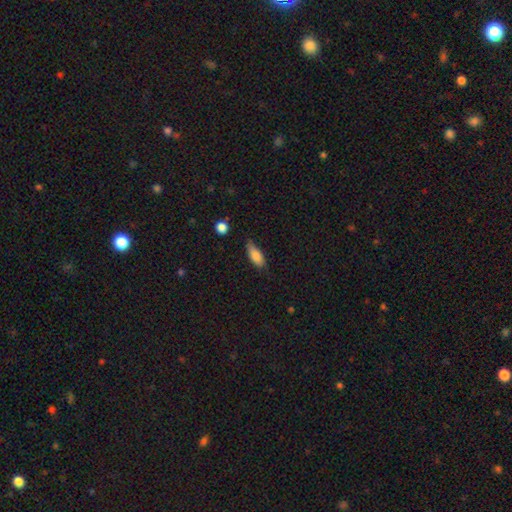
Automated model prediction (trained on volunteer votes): This is clearly a smooth galaxy (81%). How rounded: likely in between (74%). Merging: likely none (68%).